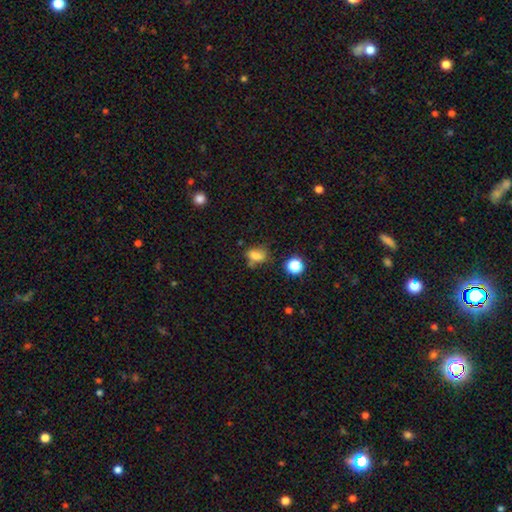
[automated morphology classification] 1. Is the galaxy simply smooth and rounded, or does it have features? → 73% smooth, 15% star or artifact, 12% featured or disk.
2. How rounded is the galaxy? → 70% in between, 27% round, 3% cigar-shaped.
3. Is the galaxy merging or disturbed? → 51% none, 26% minor disturbance, 12% merger, 11% major disturbance.